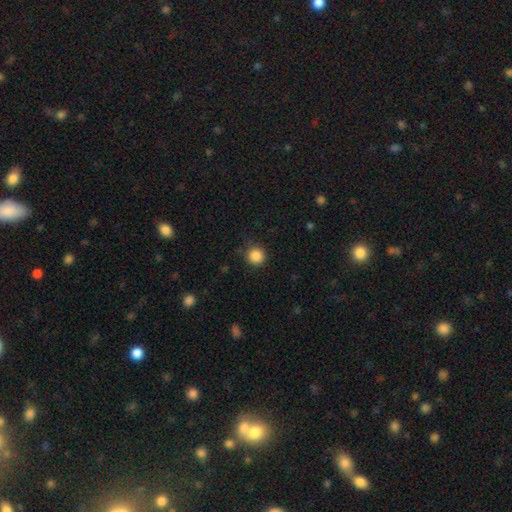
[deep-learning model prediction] Smooth or featured? Predicted: smooth (p=0.86). How rounded? Predicted: round (p=0.94). Merging? Predicted: none (p=0.85).